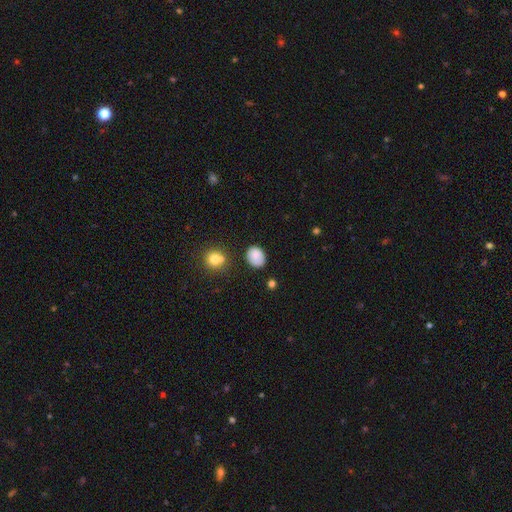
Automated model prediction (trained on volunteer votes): A smooth galaxy with no disk features (84%) that is in between round and cigar-shaped (59%). Merging: none (75%).